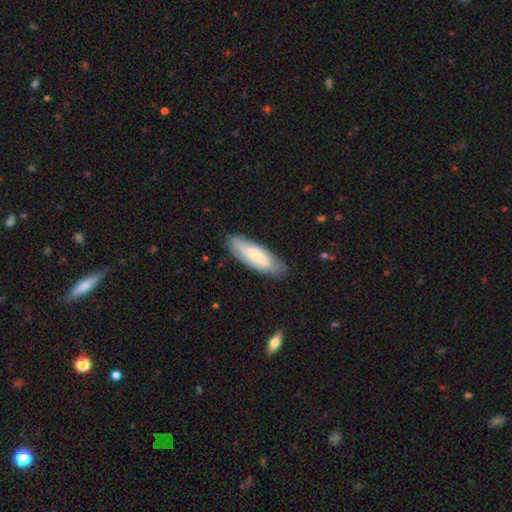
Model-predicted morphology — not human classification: Smooth or featured? smooth (51%)
How rounded? in between (59%)
Merging? none (80%)